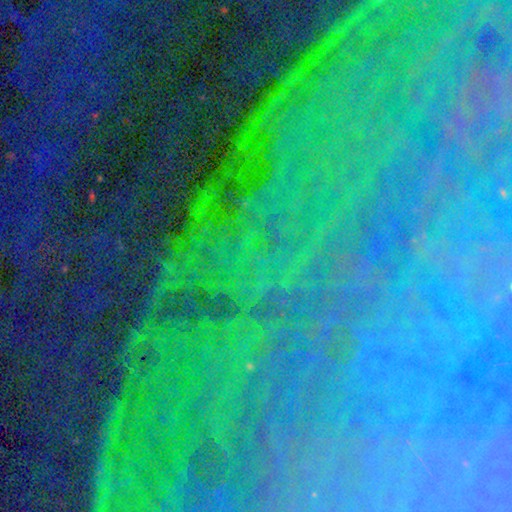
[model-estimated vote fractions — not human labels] smooth-or-featured: star or artifact: 78% | featured or disk: 12% | smooth: 9%